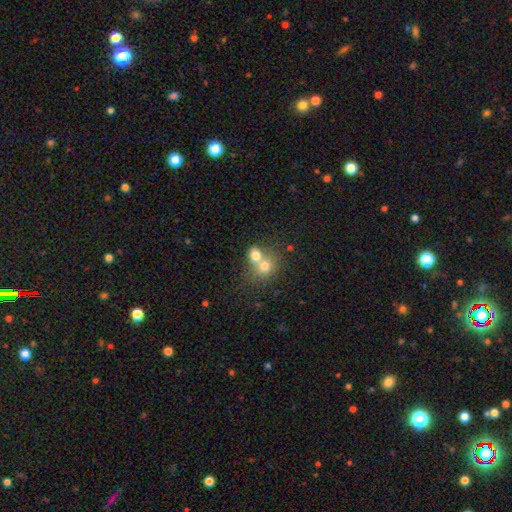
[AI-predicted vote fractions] smooth_or_featured: smooth (p=0.72) [alt: featured or disk p=0.17]
how_rounded: round (p=0.55) [alt: in between p=0.44]
merging: merger (p=0.67) [alt: none p=0.24]